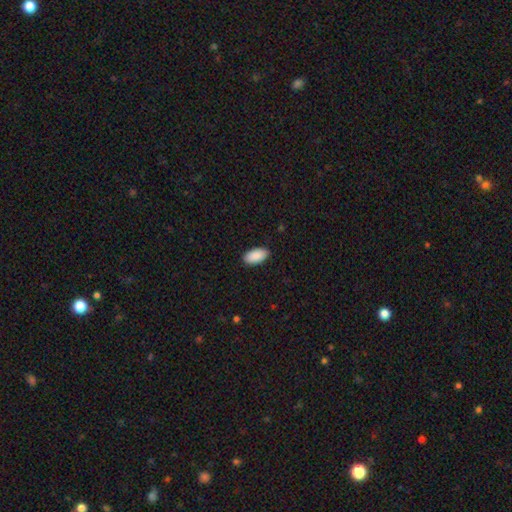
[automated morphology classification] This is clearly a smooth galaxy (91%). How rounded: clearly in between (95%). Merging: clearly none (89%).